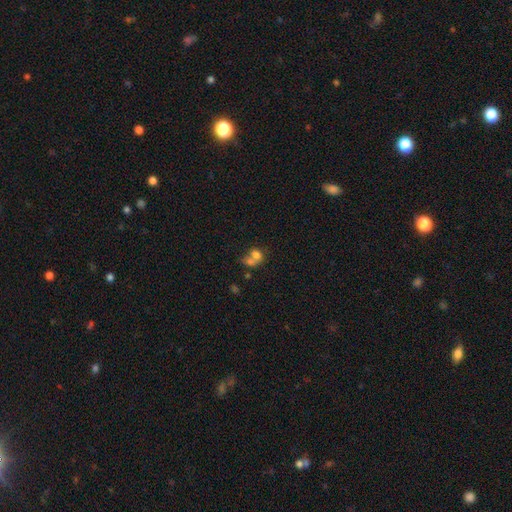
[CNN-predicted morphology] This is likely a smooth galaxy (71%). How rounded: possibly in between (52%). Merging: likely merger (65%).